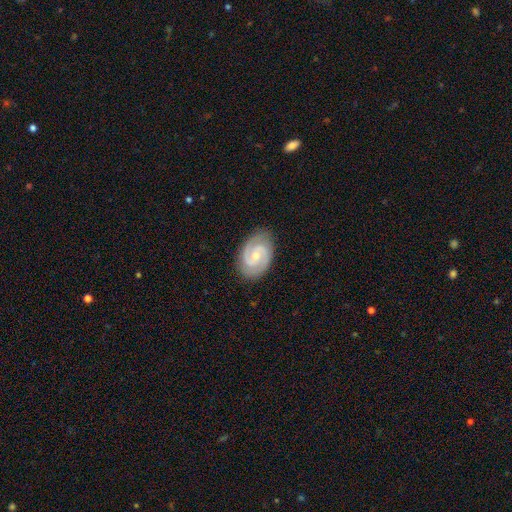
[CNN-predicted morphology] This is clearly a featured or disk galaxy (88%). It is clearly not viewed edge-on (97%). Bar: possibly no (49%). Spiral arm pattern: clearly yes (98%). Spiral arm count: clearly 2 (90%). Spiral winding: possibly tight (48%). Central bulge: likely small (61%). Merging: clearly none (85%).